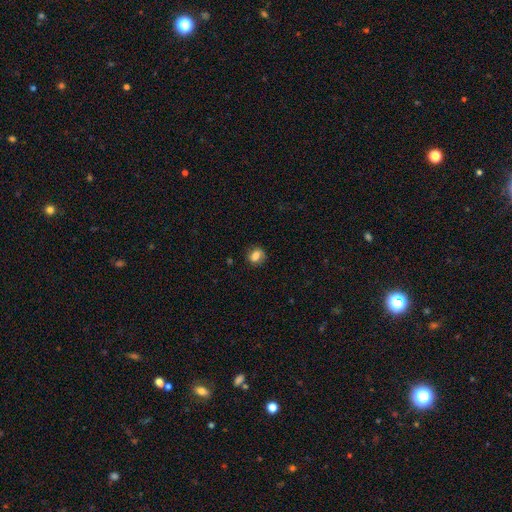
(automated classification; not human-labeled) Overall: smooth (80%). How rounded: in between (54%; round 44%). Merging: none (73%).